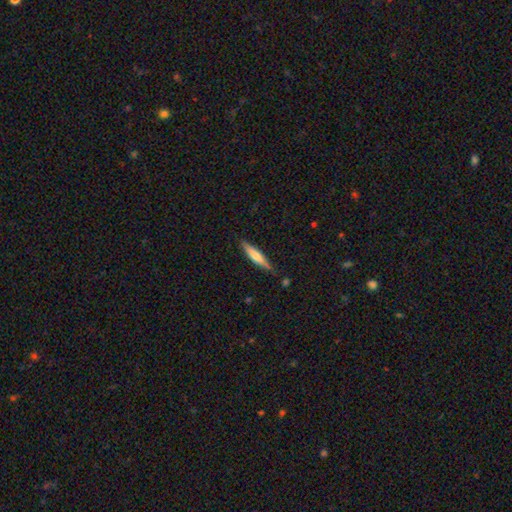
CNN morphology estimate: The model was most divided on "smooth or featured": smooth: 53%, featured or disk: 41%, star or artifact: 6%. More confident: how rounded — cigar-shaped (85%); merging — none (82%).